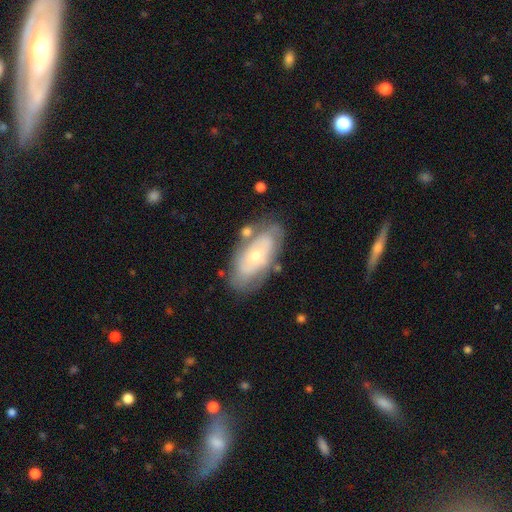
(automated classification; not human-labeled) Smooth or featured? featured or disk (60%)
Edge-on disk? no (90%)
Bar? no (80%)
Spiral arms? yes (53%)
Bulge size? small (54%)
Merging? none (67%)